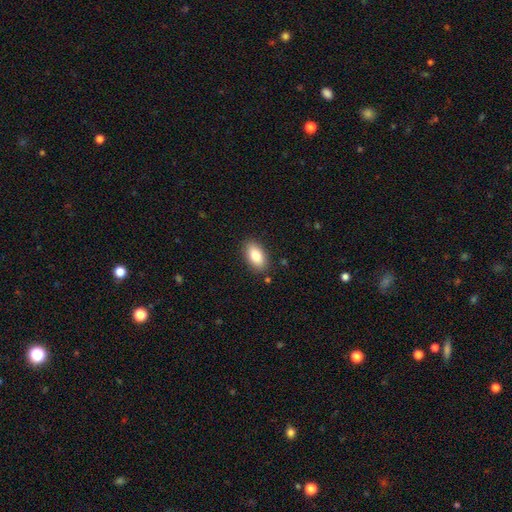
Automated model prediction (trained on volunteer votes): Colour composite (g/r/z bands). It shows a smooth galaxy with no disk features (84%) that is in between round and cigar-shaped (92%). Merging: none (87%).